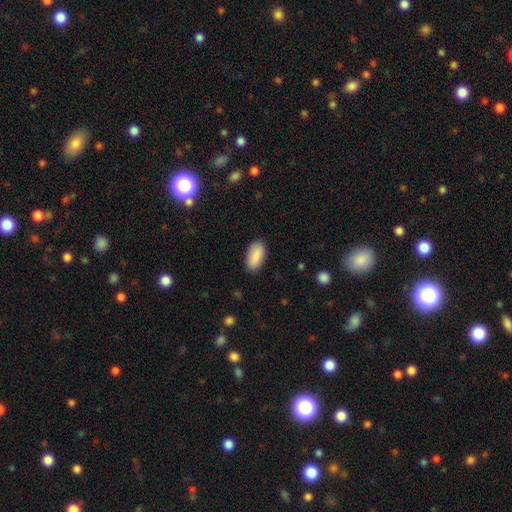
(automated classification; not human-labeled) Q: Smooth or featured?
A: smooth (89%); runner-up: star or artifact (6%)
Q: How rounded?
A: in between (92%); runner-up: cigar-shaped (6%)
Q: Merging?
A: none (86%); runner-up: minor disturbance (10%)